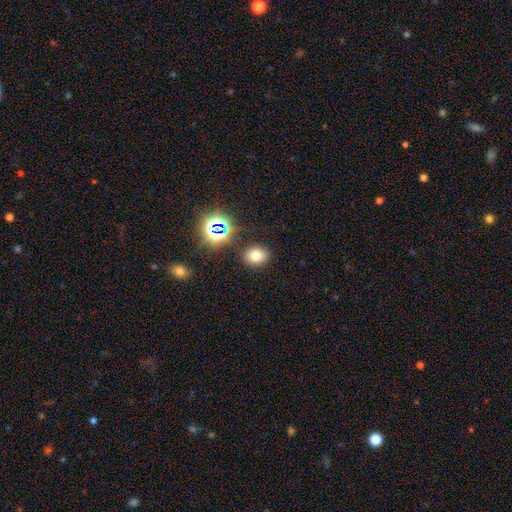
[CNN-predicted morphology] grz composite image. It shows a smooth galaxy with no disk features (70%) that is round (58%). Merging: none (85%).